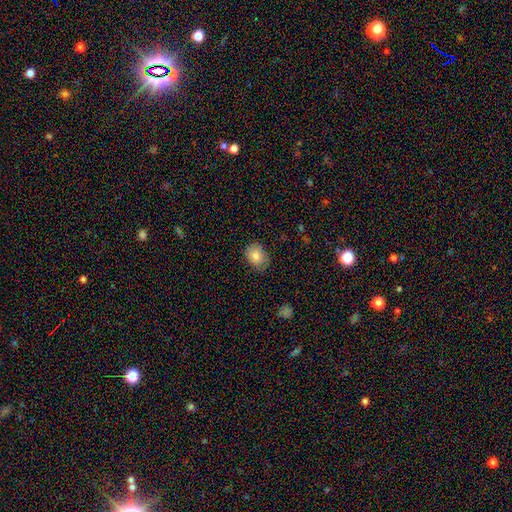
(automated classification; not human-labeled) smooth-or-featured: smooth: 83% | featured or disk: 8% | star or artifact: 8%
  how-rounded: in between: 54% | round: 45% | cigar-shaped: 1%
  merging: none: 79% | minor disturbance: 17% | major disturbance: 3% | merger: 1%